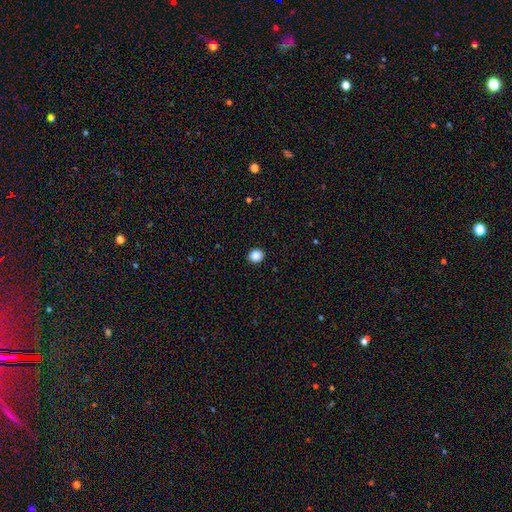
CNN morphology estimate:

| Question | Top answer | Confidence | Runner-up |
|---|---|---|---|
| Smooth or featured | smooth | 87% | star or artifact (10%) |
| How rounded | round | 76% | in between (23%) |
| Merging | none | 92% | minor disturbance (5%) |